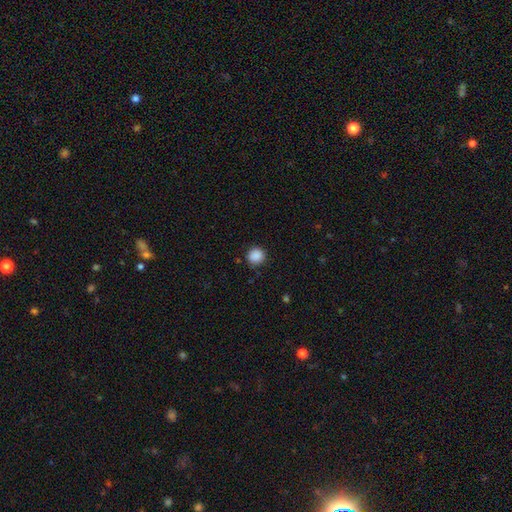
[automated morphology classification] Smooth or featured?
  - smooth: 88% *
  - star or artifact: 9%
  - featured or disk: 2%
How rounded?
  - round: 91% *
  - in between: 8%
  - cigar-shaped: 1%
Merging?
  - none: 88% *
  - minor disturbance: 8%
  - major disturbance: 2%
  - merger: 1%